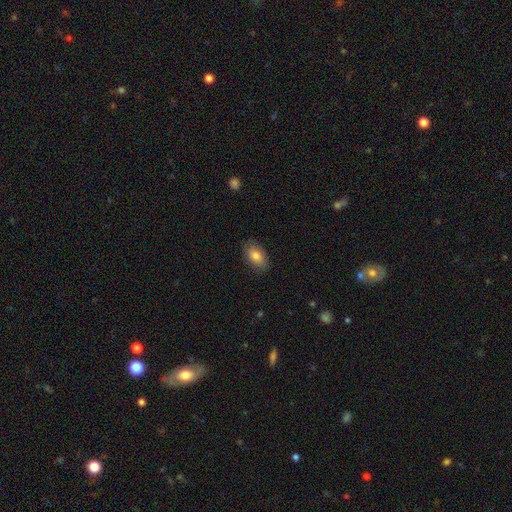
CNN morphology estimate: A smooth galaxy with no disk features (82%) that is in between round and cigar-shaped (92%).

Vote fractions:
- Smooth or featured? smooth: 82% / featured or disk: 11% / star or artifact: 7%
- How rounded? in between: 92% / round: 7% / cigar-shaped: 2%
- Merging? none: 84% / minor disturbance: 12% / major disturbance: 3% / merger: 1%